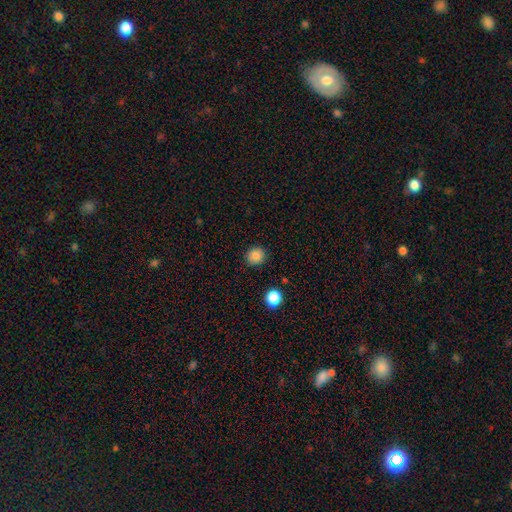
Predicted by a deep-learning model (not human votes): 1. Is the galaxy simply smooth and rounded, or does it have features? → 85% smooth, 11% star or artifact, 4% featured or disk.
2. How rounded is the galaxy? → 85% round, 14% in between, 1% cigar-shaped.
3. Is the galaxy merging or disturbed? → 90% none, 7% minor disturbance, 2% major disturbance, 1% merger.